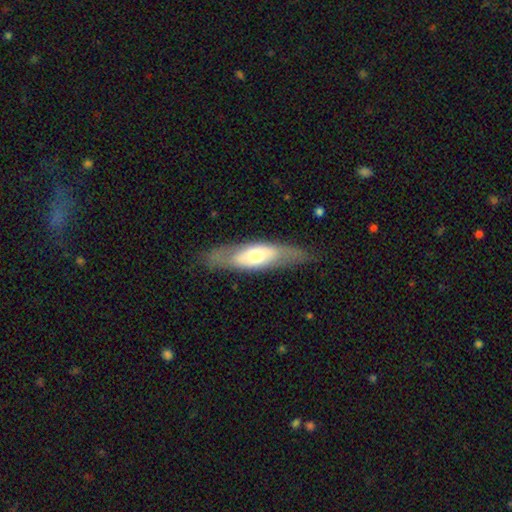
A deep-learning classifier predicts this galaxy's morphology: Overall: featured or disk (48%; smooth 46%). Merging: none (78%).